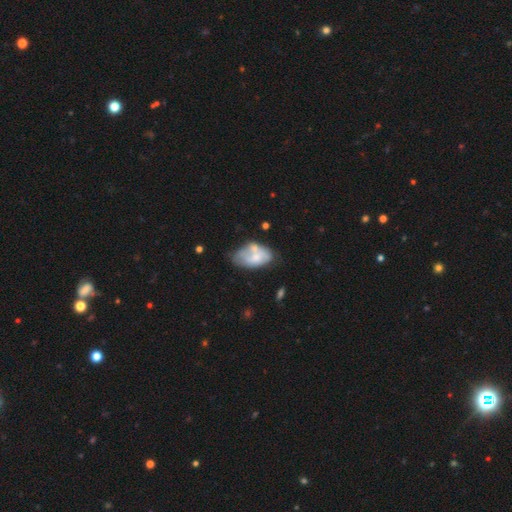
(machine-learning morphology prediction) type=smooth (52%); roundness=in between (92%); merging=none (29%).